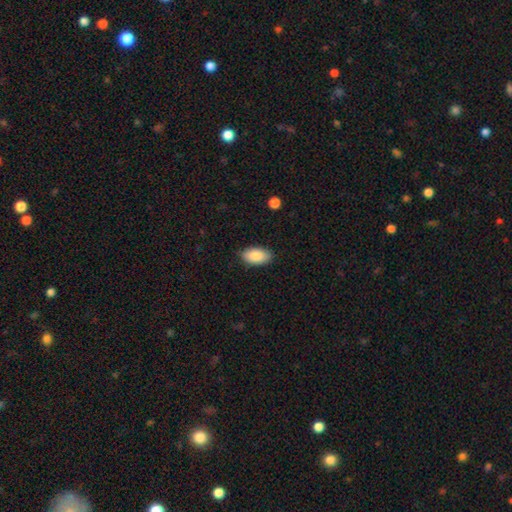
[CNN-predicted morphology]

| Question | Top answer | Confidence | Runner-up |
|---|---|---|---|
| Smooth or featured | smooth | 88% | star or artifact (6%) |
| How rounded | in between | 95% | round (3%) |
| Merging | none | 86% | minor disturbance (11%) |